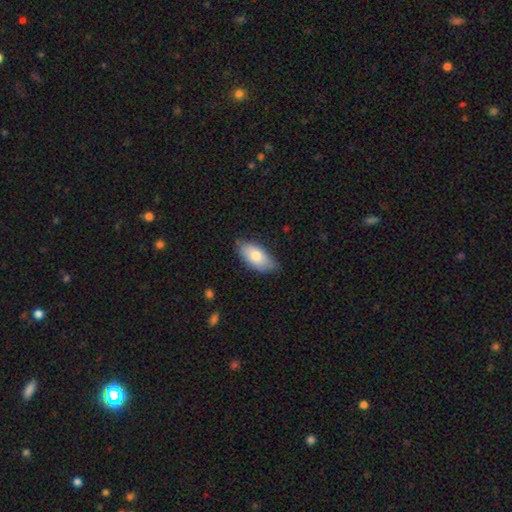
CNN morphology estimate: smooth 76%, featured or disk 18%, star or artifact 6%. Down the decision tree: how rounded — in between (91%); merging — none (74%).